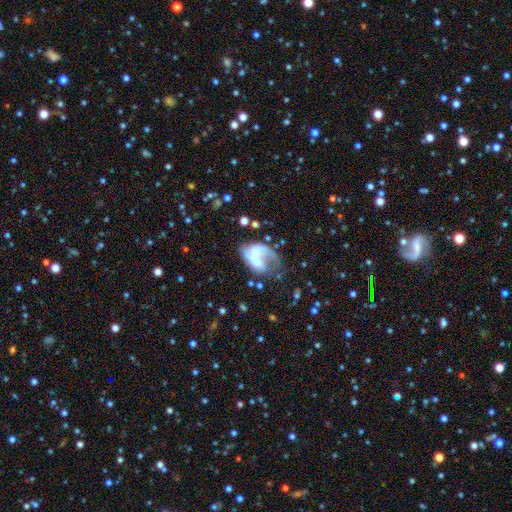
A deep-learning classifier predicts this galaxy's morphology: Smooth or featured? Predicted: featured or disk (p=0.59). Edge-on disk? Predicted: no (p=0.97). Bar? Predicted: no (p=0.73). Spiral arms? Predicted: yes (p=0.57). Bulge size? Predicted: moderate (p=0.32). Merging? Predicted: major disturbance (p=0.34).